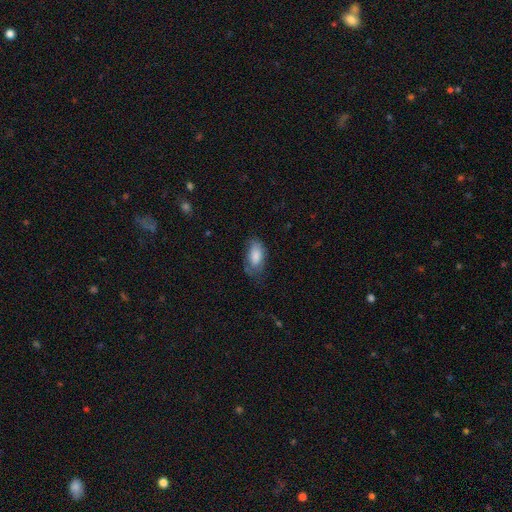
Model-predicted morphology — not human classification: type=smooth (81%); roundness=in between (91%); merging=none (56%).